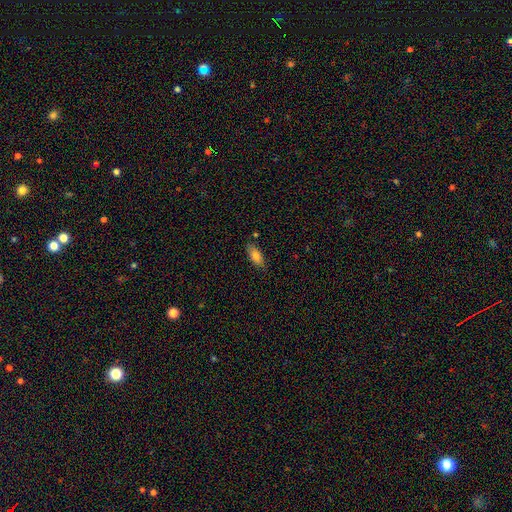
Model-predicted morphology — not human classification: A smooth galaxy with no disk features (78%) that is in between round and cigar-shaped (81%).

Vote fractions:
- Smooth or featured? smooth: 78% / featured or disk: 14% / star or artifact: 8%
- How rounded? in between: 81% / cigar-shaped: 17% / round: 3%
- Merging? none: 82% / minor disturbance: 13% / merger: 3% / major disturbance: 2%